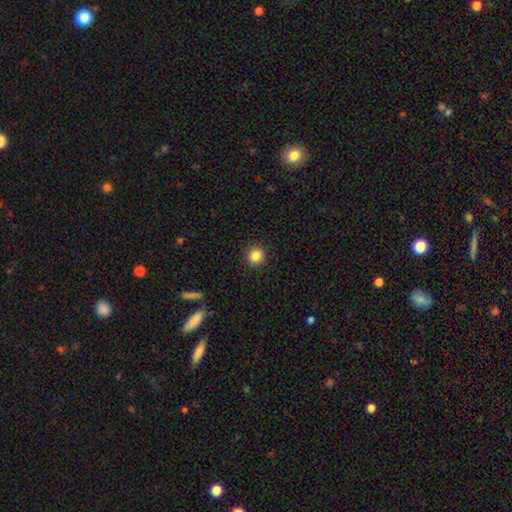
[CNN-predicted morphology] This appears to be a smooth galaxy with no disk features (85%) that is round (95%). Merging: none (93%).